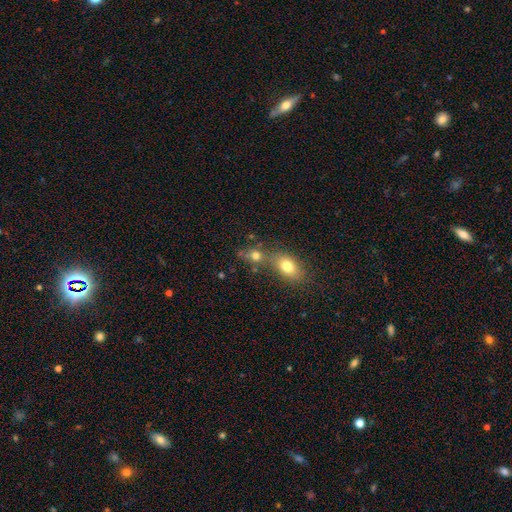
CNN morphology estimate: Smooth or featured: smooth — 73% (star or artifact — 15%)
How rounded: round — 61% (in between — 37%)
Merging: none — 45% (merger — 42%)